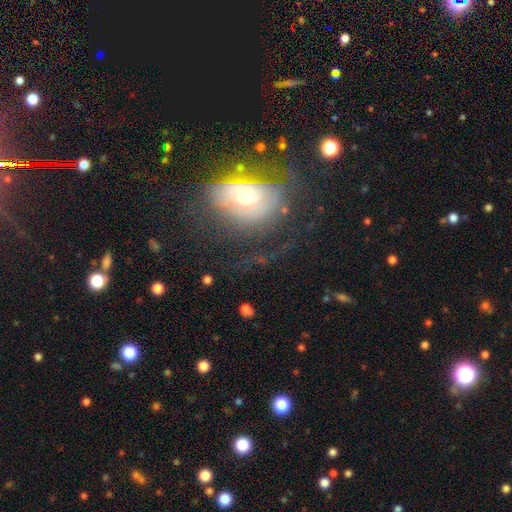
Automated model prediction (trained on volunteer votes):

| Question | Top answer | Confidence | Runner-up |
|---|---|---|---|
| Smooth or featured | featured or disk | 51% | smooth (28%) |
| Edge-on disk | no | 90% | yes (10%) |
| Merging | none | 63% | major disturbance (18%) |